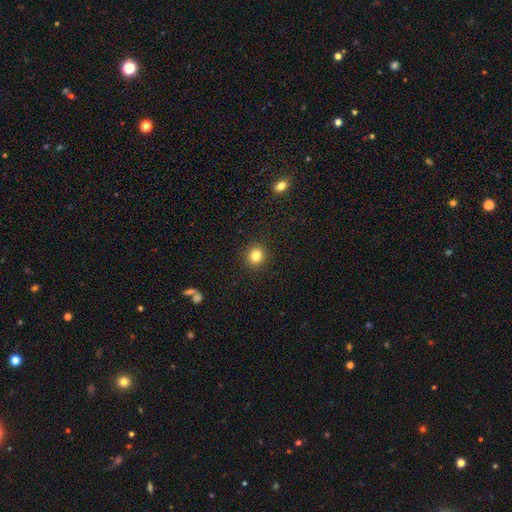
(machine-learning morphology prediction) The model was most divided on "smooth or featured": smooth: 82%, star or artifact: 12%, featured or disk: 6%. More confident: merging — none (92%); how rounded — round (89%).